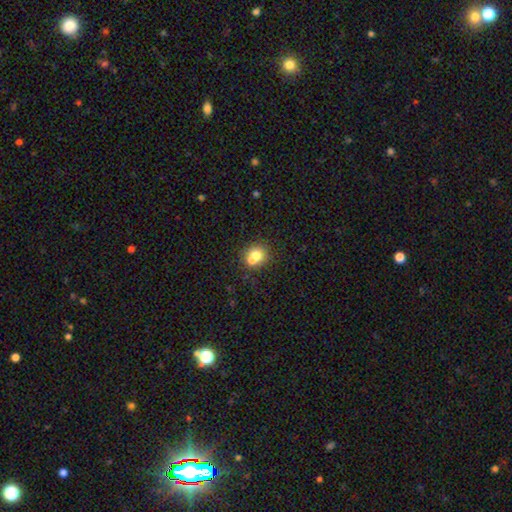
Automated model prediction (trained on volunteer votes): Smooth or featured? Predicted: smooth (p=0.71). How rounded? Predicted: round (p=0.71). Merging? Predicted: merger (p=0.49).